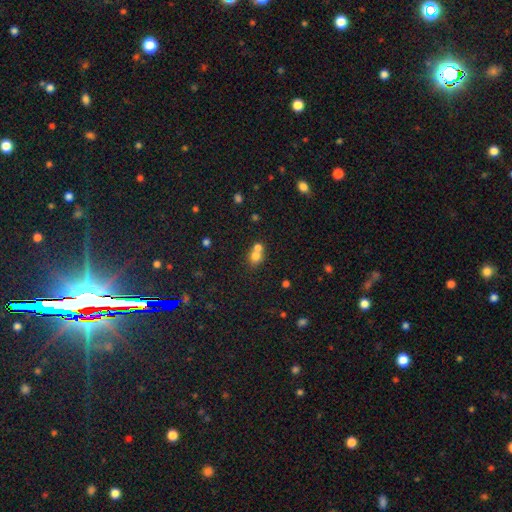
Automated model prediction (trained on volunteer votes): smooth_or_featured: smooth (p=0.73) [alt: star or artifact p=0.14]
how_rounded: round (p=0.70) [alt: in between p=0.29]
merging: merger (p=0.58) [alt: none p=0.33]